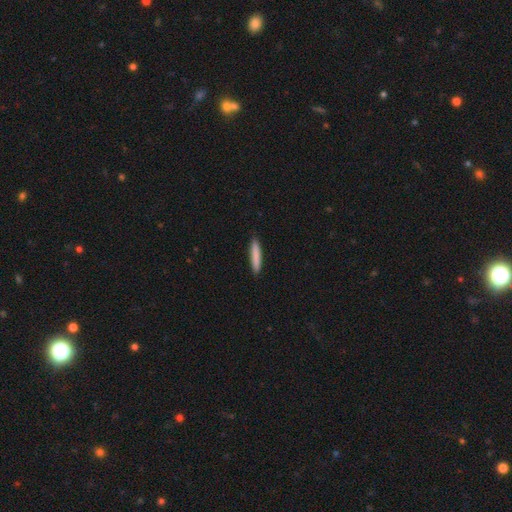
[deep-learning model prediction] smooth-or-featured: smooth: 85% | featured or disk: 9% | star or artifact: 6%
  how-rounded: cigar-shaped: 91% | in between: 7% | round: 1%
  merging: none: 90% | minor disturbance: 7% | major disturbance: 1% | merger: 1%